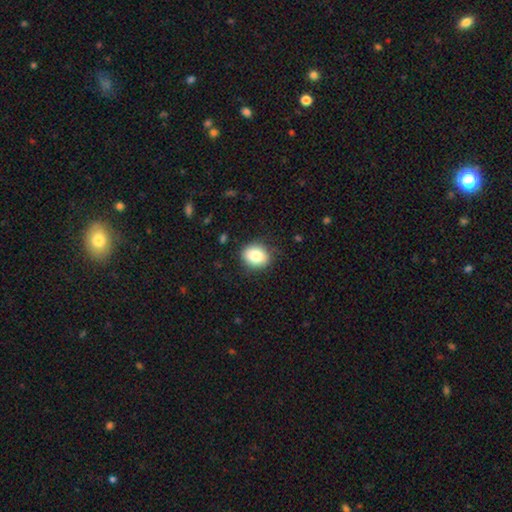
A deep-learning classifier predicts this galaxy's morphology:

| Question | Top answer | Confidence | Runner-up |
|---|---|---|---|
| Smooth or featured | smooth | 82% | featured or disk (9%) |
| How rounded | round | 58% | in between (41%) |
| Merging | none | 83% | minor disturbance (12%) |